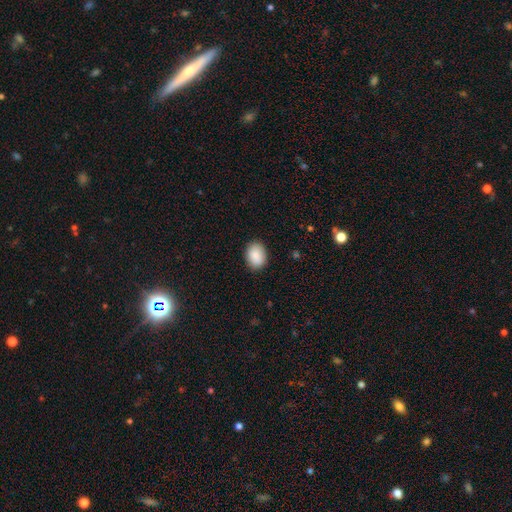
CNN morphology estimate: Smooth or featured? Predicted: smooth (p=0.89). How rounded? Predicted: in between (p=0.74). Merging? Predicted: none (p=0.88).